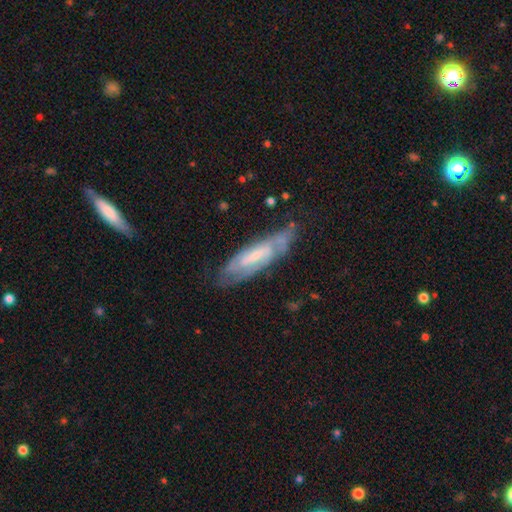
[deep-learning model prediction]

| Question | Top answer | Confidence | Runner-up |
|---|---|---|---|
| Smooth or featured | featured or disk | 70% | smooth (24%) |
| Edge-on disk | no | 72% | yes (28%) |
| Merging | none | 66% | minor disturbance (24%) |